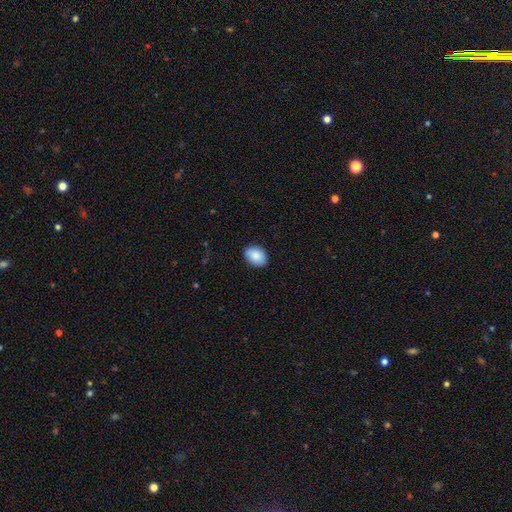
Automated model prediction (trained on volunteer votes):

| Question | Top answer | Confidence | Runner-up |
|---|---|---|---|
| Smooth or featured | smooth | 88% | star or artifact (7%) |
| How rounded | in between | 76% | round (23%) |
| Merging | none | 87% | minor disturbance (10%) |